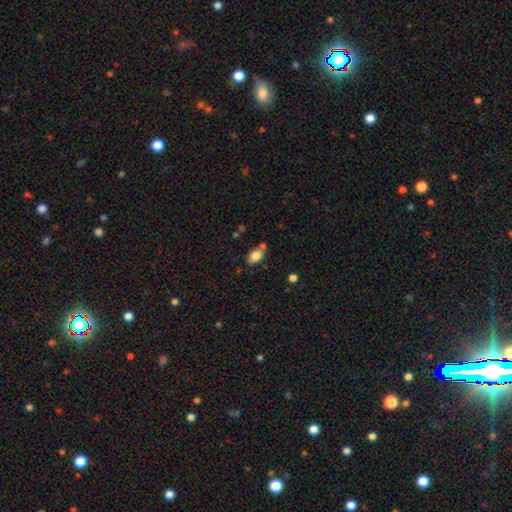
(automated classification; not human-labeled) Smooth or featured? smooth (82%)
How rounded? in between (85%)
Merging? none (63%)